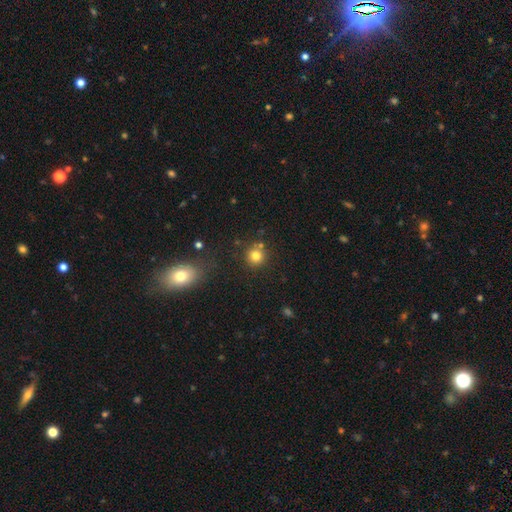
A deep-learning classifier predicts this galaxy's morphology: This is likely a smooth galaxy (79%). How rounded: clearly round (93%). Merging: likely none (77%).